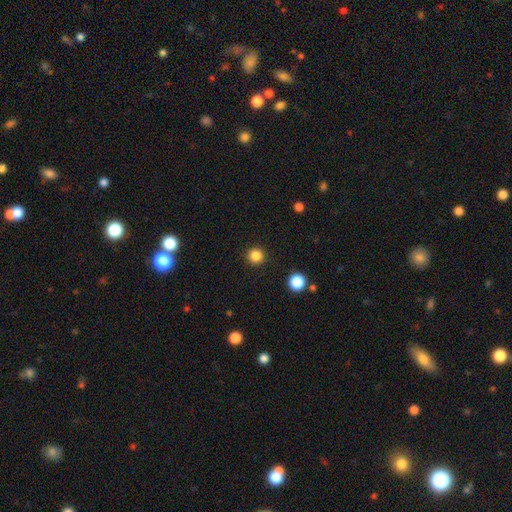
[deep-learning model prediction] smooth-or-featured: smooth: 84% | star or artifact: 12% | featured or disk: 3%
  how-rounded: round: 96% | in between: 3% | cigar-shaped: 1%
  merging: none: 92% | minor disturbance: 5% | major disturbance: 2% | merger: 1%